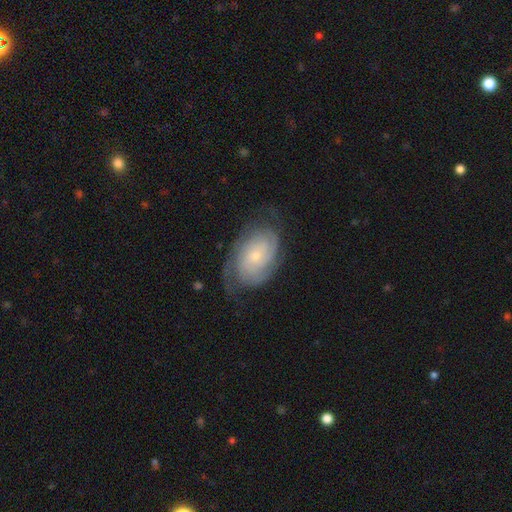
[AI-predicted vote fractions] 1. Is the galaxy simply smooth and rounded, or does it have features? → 79% featured or disk, 15% smooth, 6% star or artifact.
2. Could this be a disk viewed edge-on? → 96% no, 4% yes.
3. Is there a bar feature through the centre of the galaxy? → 75% no, 21% weak, 4% strong.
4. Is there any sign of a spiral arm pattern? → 94% yes, 6% no.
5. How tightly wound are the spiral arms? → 70% tight, 24% medium, 7% loose.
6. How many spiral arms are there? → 36% 2, 35% can't tell, 14% 3, 7% 4, 5% 1, 4% more than 4.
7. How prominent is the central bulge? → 74% small, 21% moderate, 2% none, 2% large, 1% dominant.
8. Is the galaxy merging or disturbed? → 68% none, 21% minor disturbance, 11% major disturbance, 1% merger.